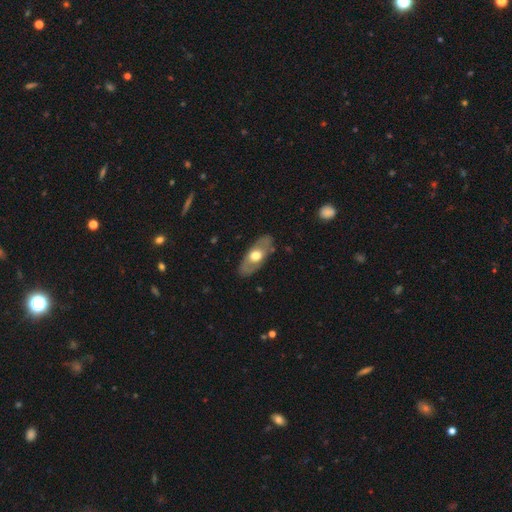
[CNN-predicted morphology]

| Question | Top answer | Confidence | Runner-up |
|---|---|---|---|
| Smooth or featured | featured or disk | 52% | smooth (44%) |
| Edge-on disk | no | 74% | yes (26%) |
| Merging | none | 83% | minor disturbance (12%) |